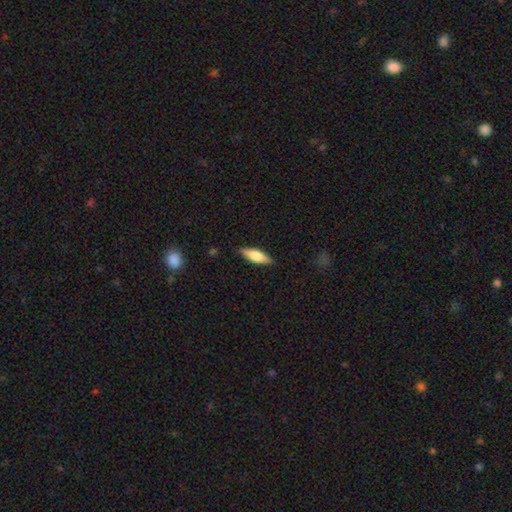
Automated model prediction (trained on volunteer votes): smooth_or_featured: smooth (p=0.62) [alt: featured or disk p=0.32]
how_rounded: in between (p=0.54) [alt: cigar-shaped p=0.44]
merging: none (p=0.87) [alt: minor disturbance p=0.10]